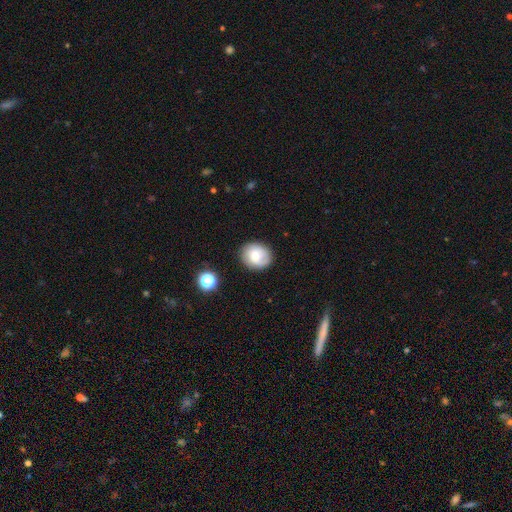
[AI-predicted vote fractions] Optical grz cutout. It shows a smooth galaxy with no disk features (59%) that is round (73%). Merging: none (82%).